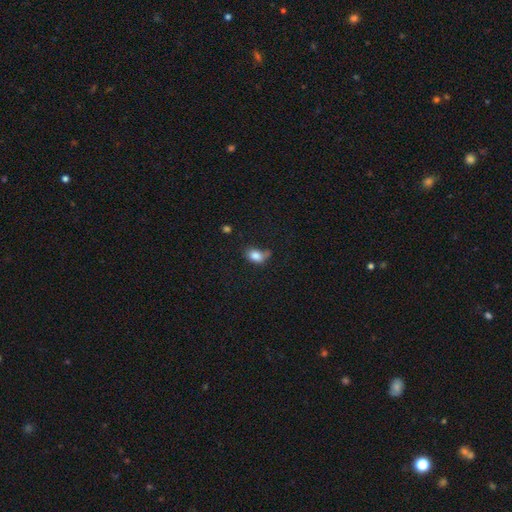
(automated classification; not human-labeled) Smooth or featured? smooth (83%)
How rounded? in between (79%)
Merging? none (45%)